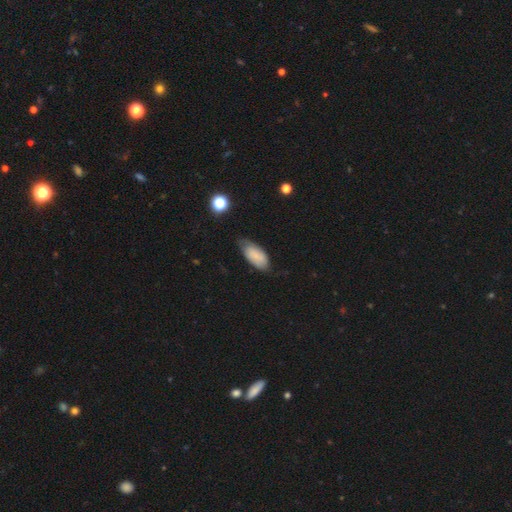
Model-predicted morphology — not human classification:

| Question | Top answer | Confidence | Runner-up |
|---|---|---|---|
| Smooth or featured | smooth | 74% | featured or disk (19%) |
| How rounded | in between | 91% | cigar-shaped (7%) |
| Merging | none | 57% | minor disturbance (34%) |